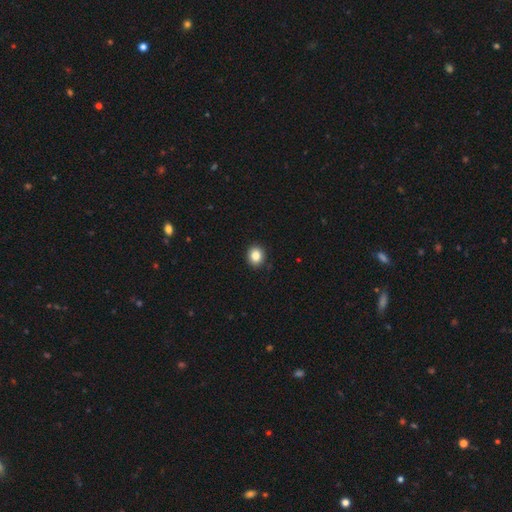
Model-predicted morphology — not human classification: smooth 86%, star or artifact 10%, featured or disk 5%. Down the decision tree: how rounded — round (71%); merging — none (91%).